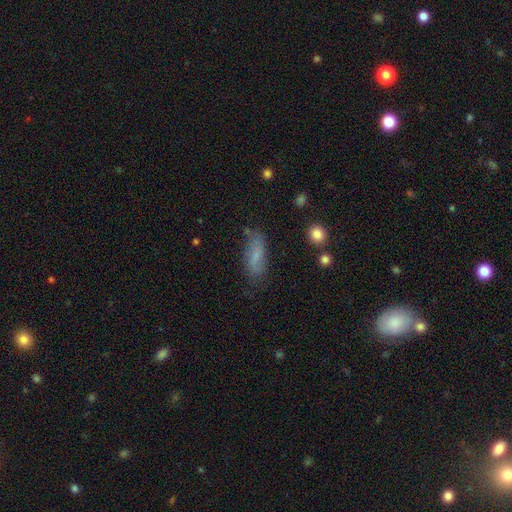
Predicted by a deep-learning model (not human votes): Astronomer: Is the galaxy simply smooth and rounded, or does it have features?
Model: smooth — 61%.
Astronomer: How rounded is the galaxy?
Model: in between — 69%.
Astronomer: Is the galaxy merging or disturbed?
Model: none — 65%.